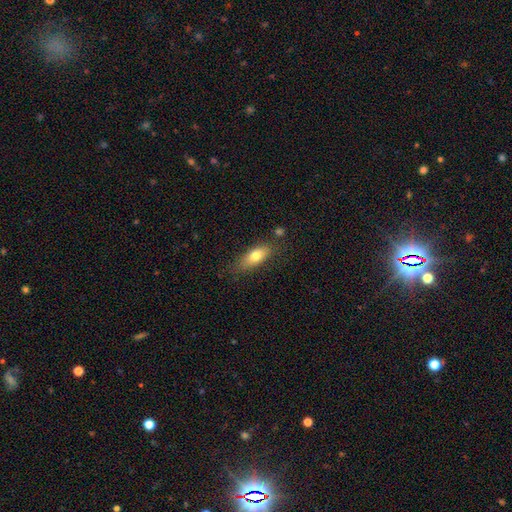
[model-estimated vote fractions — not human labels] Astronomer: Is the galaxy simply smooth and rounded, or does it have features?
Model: smooth — 73%.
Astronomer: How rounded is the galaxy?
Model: in between — 73%.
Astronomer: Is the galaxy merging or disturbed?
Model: none — 75%.